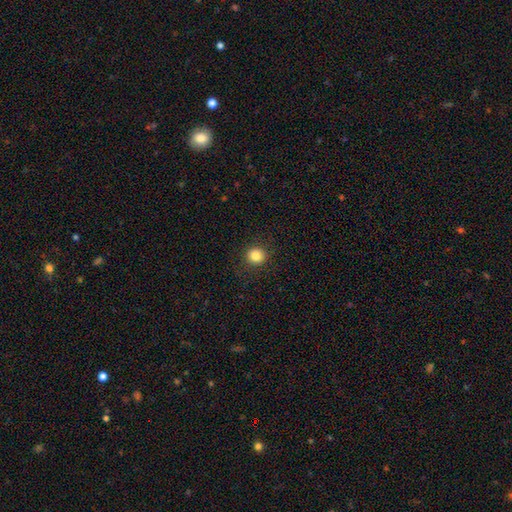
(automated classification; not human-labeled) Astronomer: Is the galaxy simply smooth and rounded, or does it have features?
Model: smooth — 83%.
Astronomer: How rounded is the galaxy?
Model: round — 91%.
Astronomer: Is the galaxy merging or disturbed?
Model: none — 91%.